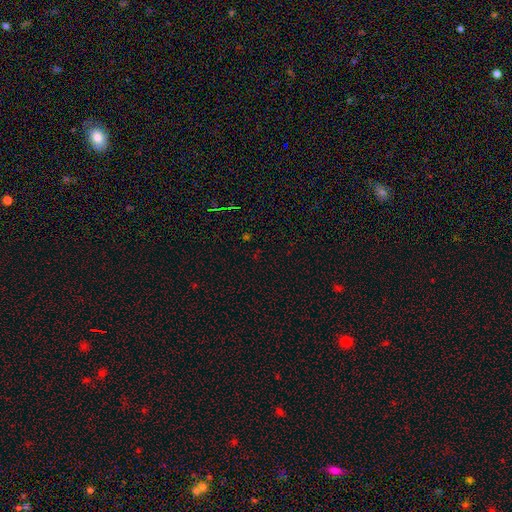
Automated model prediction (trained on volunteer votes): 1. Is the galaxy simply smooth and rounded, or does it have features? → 67% star or artifact, 26% smooth, 8% featured or disk.